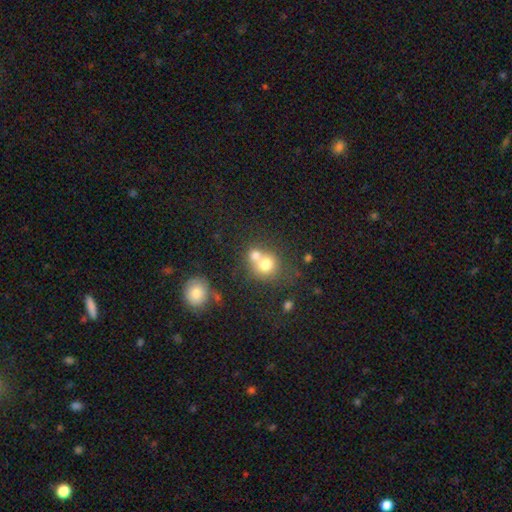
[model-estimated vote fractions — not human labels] A smooth galaxy with no disk features (72%) that is round (79%).

Vote fractions:
- Smooth or featured? smooth: 72% / featured or disk: 16% / star or artifact: 12%
- How rounded? round: 79% / in between: 20% / cigar-shaped: 1%
- Merging? merger: 56% / none: 33% / minor disturbance: 7% / major disturbance: 4%